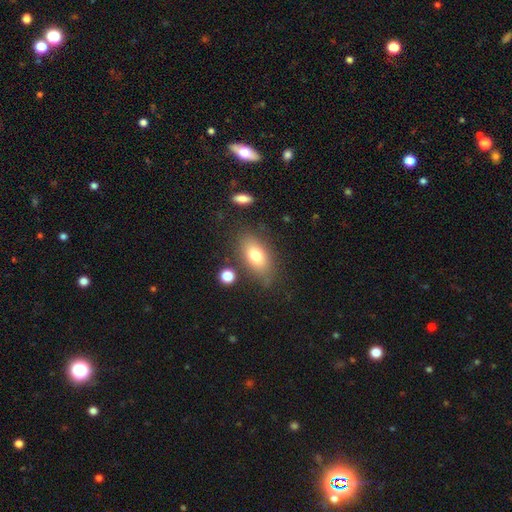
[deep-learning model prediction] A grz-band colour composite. It shows a smooth galaxy with no disk features (76%) that is in between round and cigar-shaped (86%). Merging: none (76%).